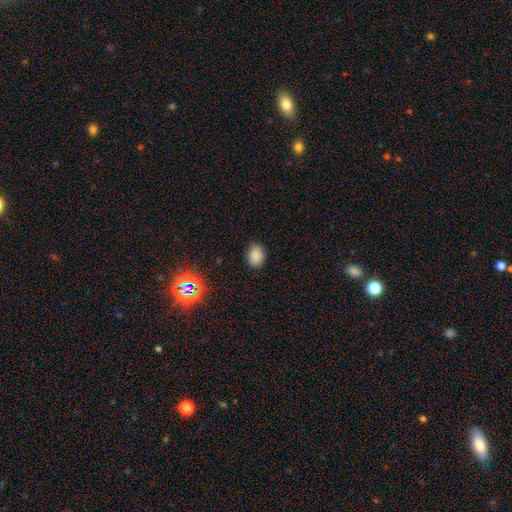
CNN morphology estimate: type=smooth (82%); roundness=in between (70%); merging=none (81%).